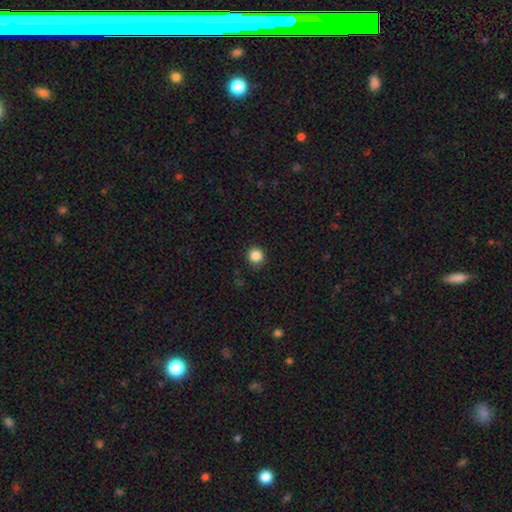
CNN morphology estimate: type=smooth (86%); roundness=round (93%); merging=none (89%).